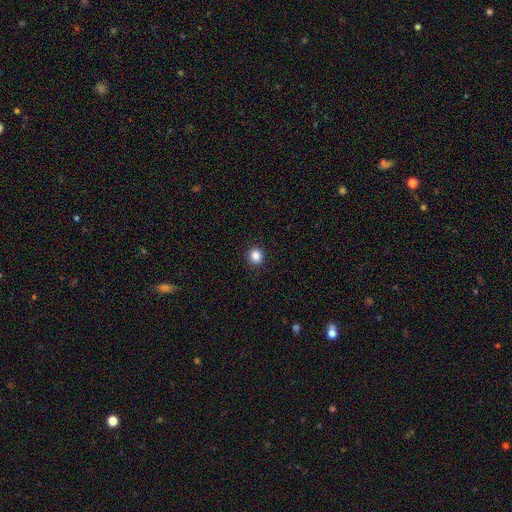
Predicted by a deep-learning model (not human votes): The model was most divided on "smooth or featured": smooth: 86%, star or artifact: 11%, featured or disk: 3%. More confident: merging — none (92%); how rounded — round (89%).